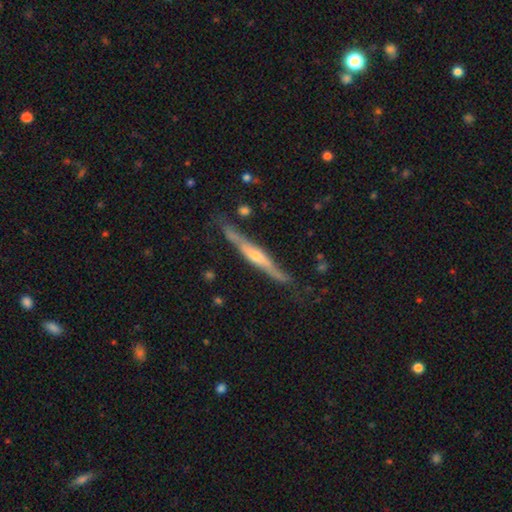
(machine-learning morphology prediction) Q: Smooth or featured?
A: featured or disk (77%); runner-up: smooth (18%)
Q: Edge-on disk?
A: yes (95%); runner-up: no (5%)
Q: Edge-on bulge?
A: rounded (71%); runner-up: none (20%)
Q: Merging?
A: none (77%); runner-up: minor disturbance (17%)